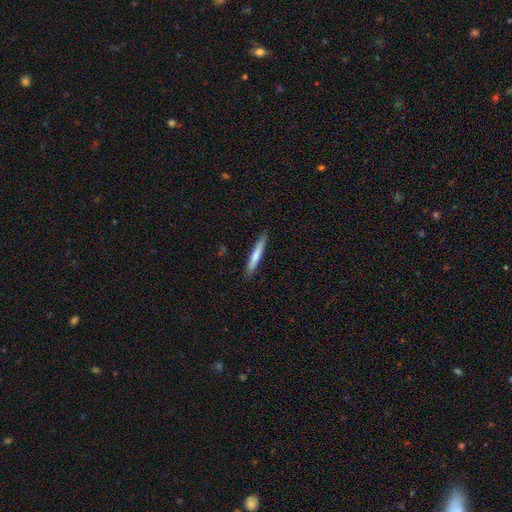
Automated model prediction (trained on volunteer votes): This is likely a smooth galaxy (72%). How rounded: clearly cigar-shaped (94%). Merging: clearly none (89%).